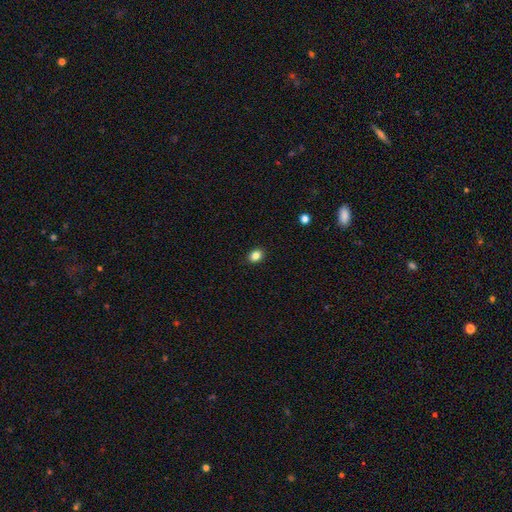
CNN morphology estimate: This is clearly a smooth galaxy (85%). How rounded: possibly in between (54%). Merging: clearly none (91%).